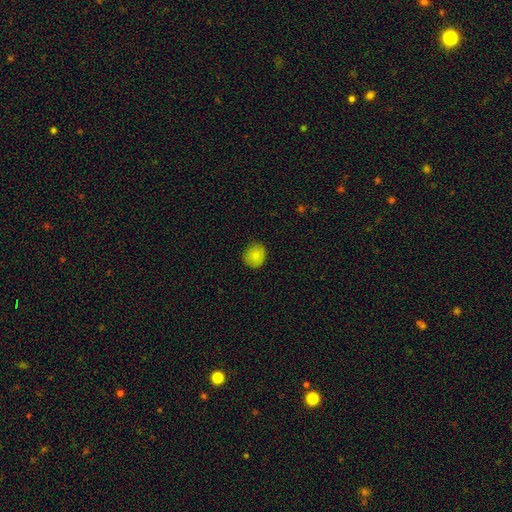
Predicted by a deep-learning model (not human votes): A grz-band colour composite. It shows a smooth galaxy with no disk features (82%) that is round (78%). Merging: none (83%).